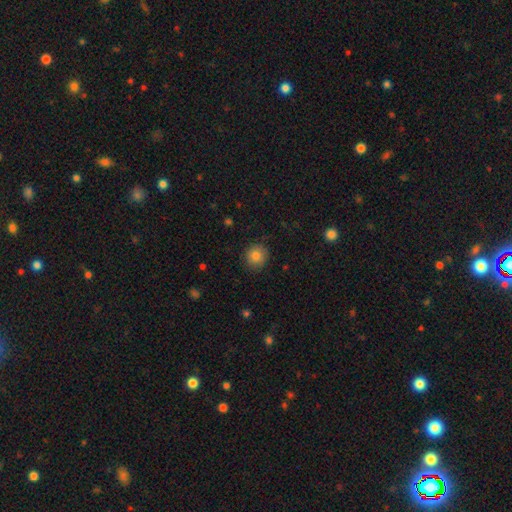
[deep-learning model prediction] This is clearly a smooth galaxy (82%). How rounded: clearly round (90%). Merging: clearly none (88%).